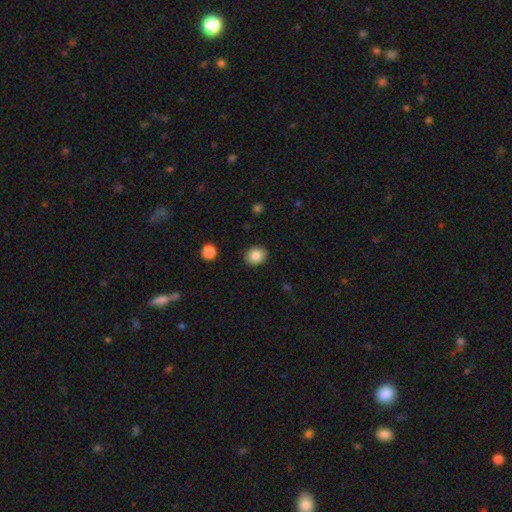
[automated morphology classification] A smooth galaxy with no disk features (84%) that is round (64%).

Vote fractions:
- Smooth or featured? smooth: 84% / star or artifact: 9% / featured or disk: 6%
- How rounded? round: 64% / in between: 35% / cigar-shaped: 1%
- Merging? none: 88% / minor disturbance: 9% / major disturbance: 2% / merger: 1%